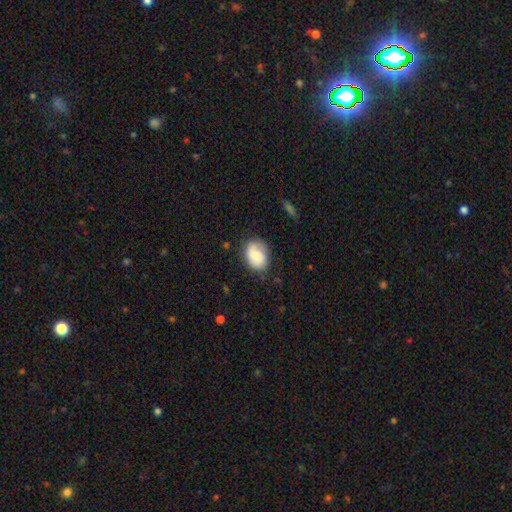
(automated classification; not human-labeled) Overall: smooth (60%; featured or disk 33%). How rounded: in between (58%; round 41%). Merging: none (69%).